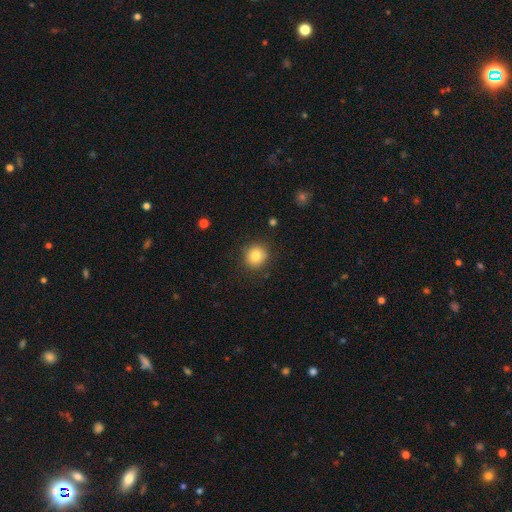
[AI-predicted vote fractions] Morphology: type=smooth (82%); roundness=round (90%); merging=none (88%).